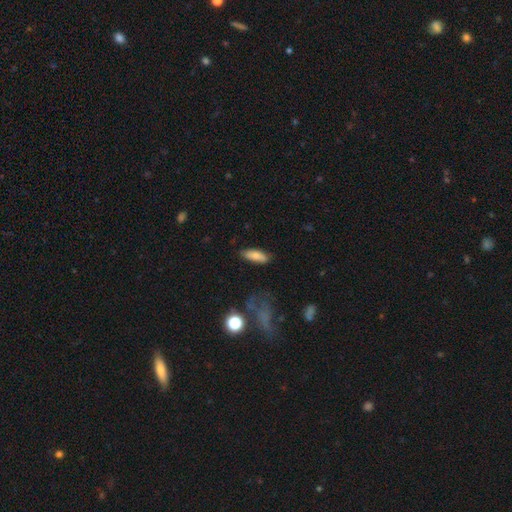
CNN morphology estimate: Q: Smooth or featured?
A: smooth (81%); runner-up: featured or disk (11%)
Q: How rounded?
A: in between (64%); runner-up: cigar-shaped (33%)
Q: Merging?
A: none (83%); runner-up: minor disturbance (12%)